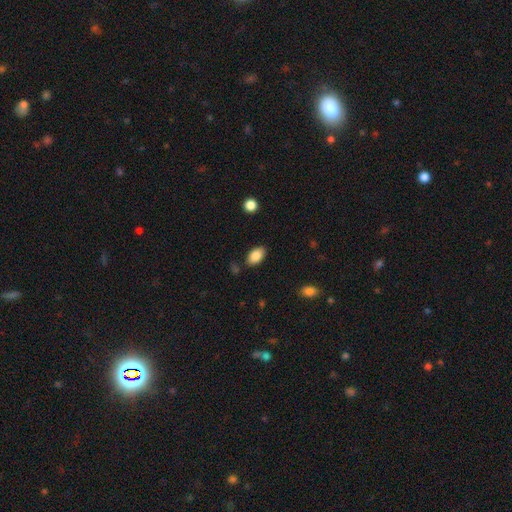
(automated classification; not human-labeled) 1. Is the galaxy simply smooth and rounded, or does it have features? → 87% smooth, 7% star or artifact, 5% featured or disk.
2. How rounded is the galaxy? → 93% in between, 6% round, 2% cigar-shaped.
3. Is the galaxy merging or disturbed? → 83% none, 12% minor disturbance, 3% major disturbance, 3% merger.